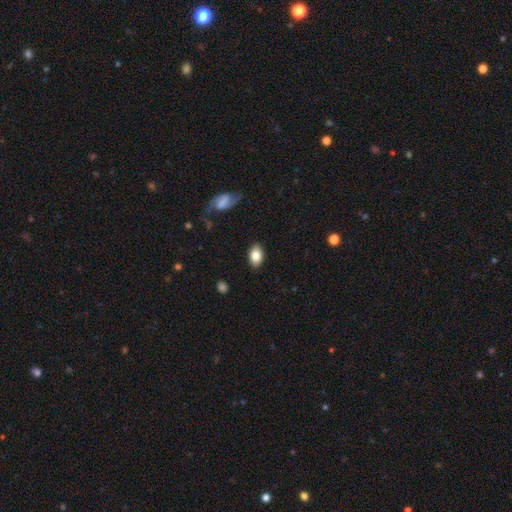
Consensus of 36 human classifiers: A smooth galaxy with no disk features (72%) that is in between round and cigar-shaped (96%).

Vote fractions:
- Smooth or featured? smooth: 72% / featured or disk: 25% / star or artifact: 3%
- How rounded? in between: 96% / round: 4% / cigar-shaped: 0%
- Merging? none: 80% / minor disturbance: 17% / major disturbance: 3% / merger: 0%